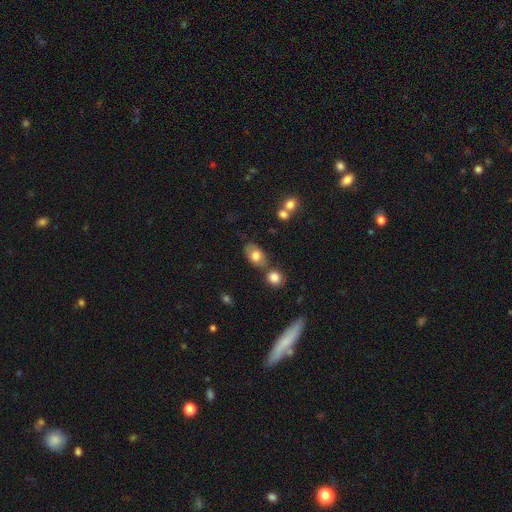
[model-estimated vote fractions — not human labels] This is likely a smooth galaxy (75%). How rounded: clearly in between (84%). Merging: likely none (61%).